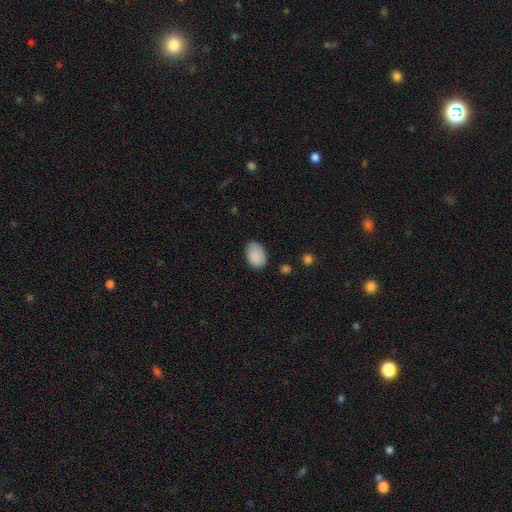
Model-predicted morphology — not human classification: This is clearly a smooth galaxy (89%). How rounded: clearly in between (85%). Merging: likely none (78%).